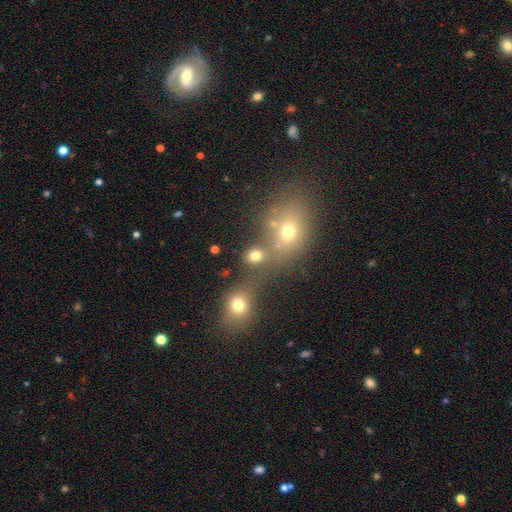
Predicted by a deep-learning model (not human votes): smooth-or-featured: smooth: 70% | star or artifact: 19% | featured or disk: 11%
  how-rounded: round: 71% | in between: 27% | cigar-shaped: 2%
  merging: none: 46% | merger: 40% | minor disturbance: 8% | major disturbance: 6%